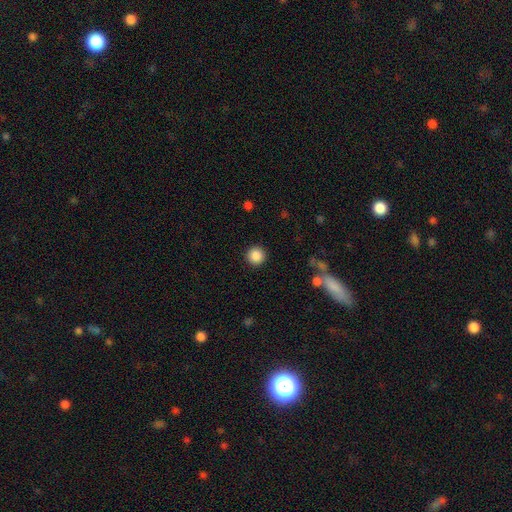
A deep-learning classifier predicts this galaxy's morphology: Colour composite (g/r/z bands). It shows a smooth galaxy with no disk features (87%) that is round (95%). Merging: none (91%).